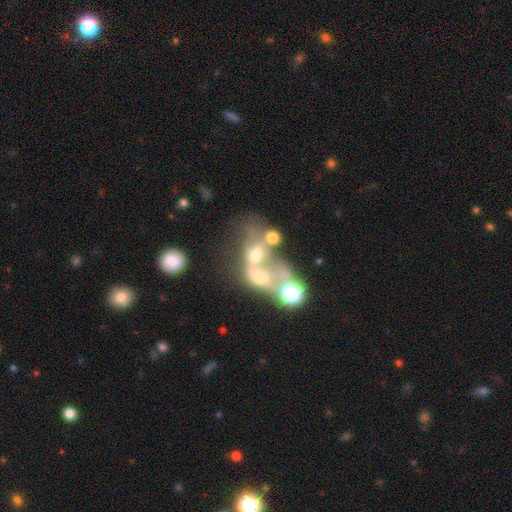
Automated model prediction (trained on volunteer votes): Smooth or featured? smooth (42%)
Merging? merger (63%)